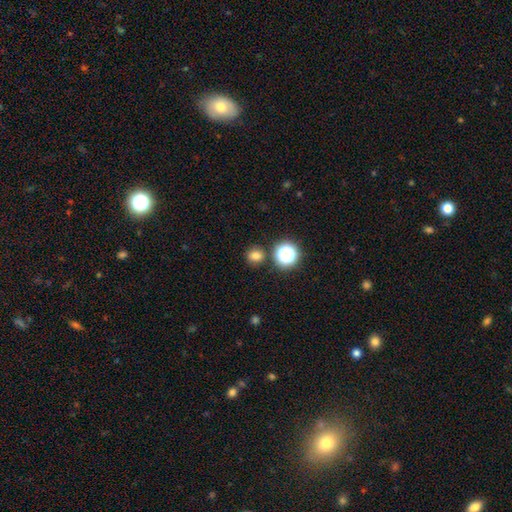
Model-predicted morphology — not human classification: Smooth or featured? Predicted: smooth (p=0.75). How rounded? Predicted: round (p=0.79). Merging? Predicted: none (p=0.82).